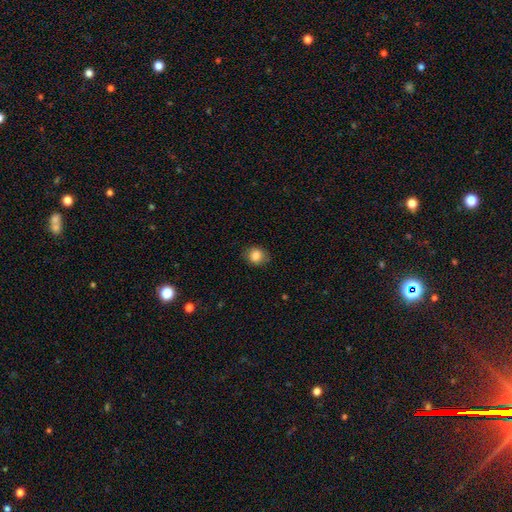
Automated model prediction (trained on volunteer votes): A smooth galaxy with no disk features (85%) that is round (70%). Merging: none (82%).